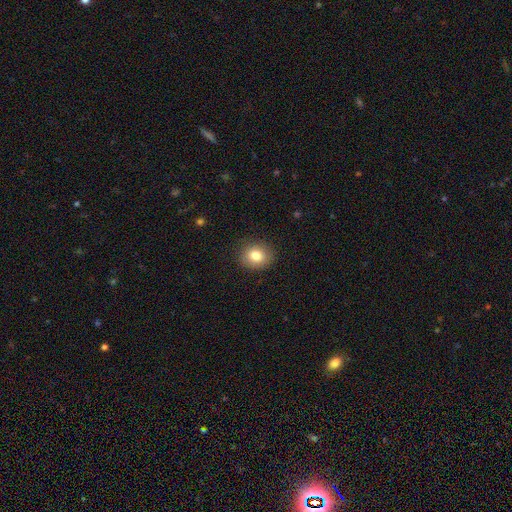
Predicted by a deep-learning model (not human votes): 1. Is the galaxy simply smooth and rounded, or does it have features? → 82% smooth, 9% star or artifact, 8% featured or disk.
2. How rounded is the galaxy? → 66% round, 33% in between, 1% cigar-shaped.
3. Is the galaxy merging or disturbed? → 88% none, 8% minor disturbance, 2% major disturbance, 1% merger.